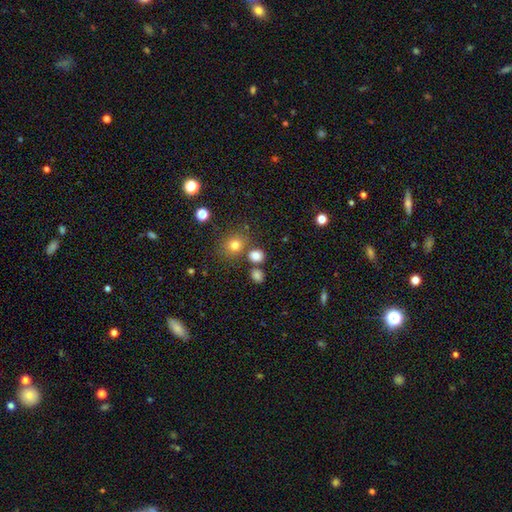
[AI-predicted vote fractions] smooth 78%, star or artifact 15%, featured or disk 7%. Down the decision tree: how rounded — round (76%); merging — none (71%).